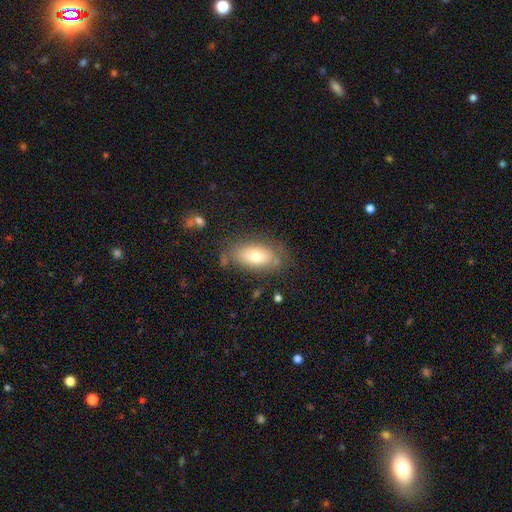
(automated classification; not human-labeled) smooth-or-featured: smooth: 72% | featured or disk: 20% | star or artifact: 8%
  how-rounded: in between: 90% | round: 5% | cigar-shaped: 5%
  merging: none: 71% | minor disturbance: 18% | major disturbance: 6% | merger: 4%